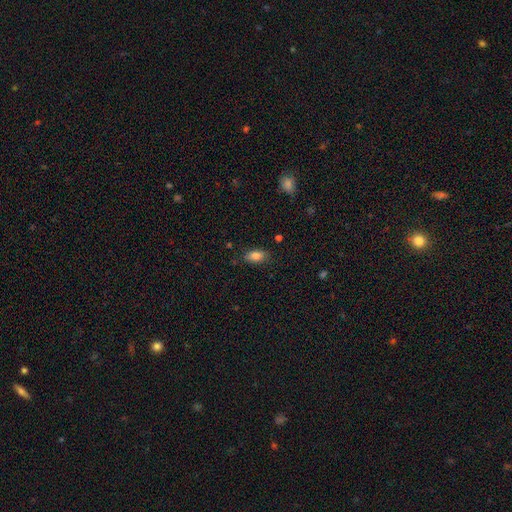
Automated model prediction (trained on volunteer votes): Q: Smooth or featured?
A: smooth (82%); runner-up: featured or disk (9%)
Q: How rounded?
A: in between (89%); runner-up: round (6%)
Q: Merging?
A: none (82%); runner-up: minor disturbance (13%)